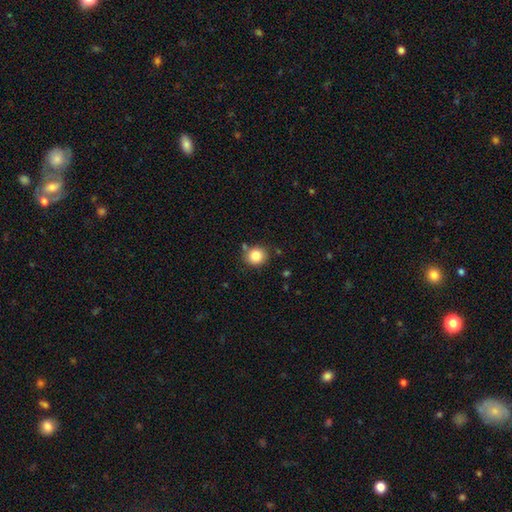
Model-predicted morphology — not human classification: This appears to be a smooth galaxy with no disk features (84%) that is round (85%). Merging: none (80%).